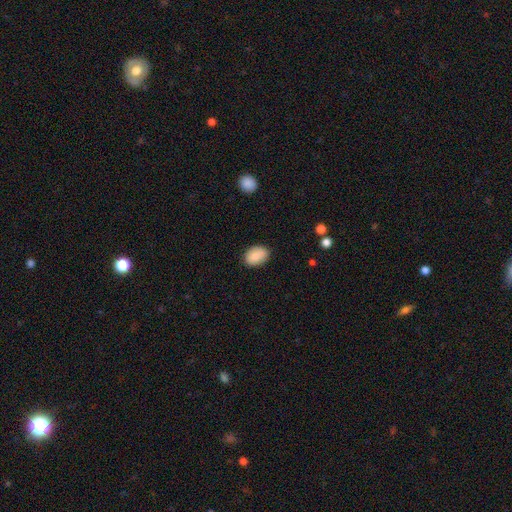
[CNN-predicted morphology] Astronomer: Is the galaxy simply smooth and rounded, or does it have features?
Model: smooth — 86%.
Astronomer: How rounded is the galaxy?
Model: in between — 76%.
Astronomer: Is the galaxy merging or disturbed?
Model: none — 84%.